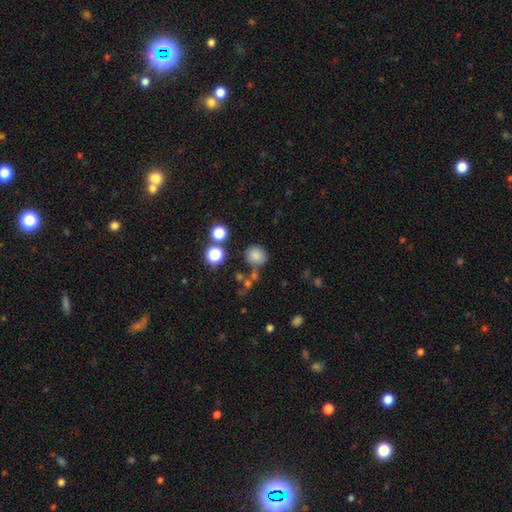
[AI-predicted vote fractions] Overall: smooth (81%). How rounded: round (87%). Merging: none (76%).